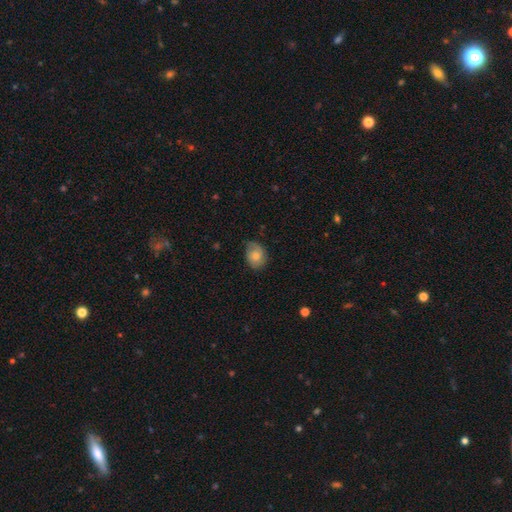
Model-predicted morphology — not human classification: This appears to be a smooth galaxy with no disk features (65%) that is in between round and cigar-shaped (59%). Merging: none (61%).